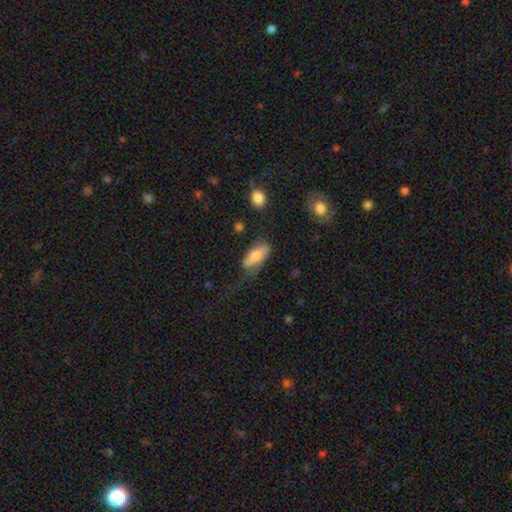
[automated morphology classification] A smooth galaxy with no disk features (66%) that is in between round and cigar-shaped (76%).

Vote fractions:
- Smooth or featured? smooth: 66% / featured or disk: 27% / star or artifact: 6%
- How rounded? in between: 76% / cigar-shaped: 21% / round: 3%
- Merging? none: 51% / minor disturbance: 28% / major disturbance: 16% / merger: 4%